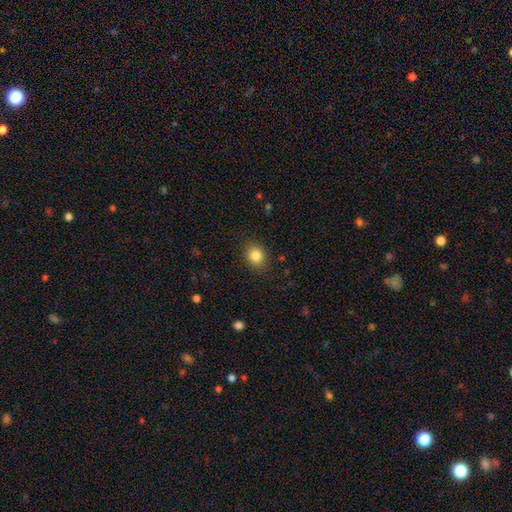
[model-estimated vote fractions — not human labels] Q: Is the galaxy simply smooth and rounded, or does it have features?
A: smooth — 84%.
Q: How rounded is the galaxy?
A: round — 66%.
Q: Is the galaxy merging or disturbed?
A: none — 87%.